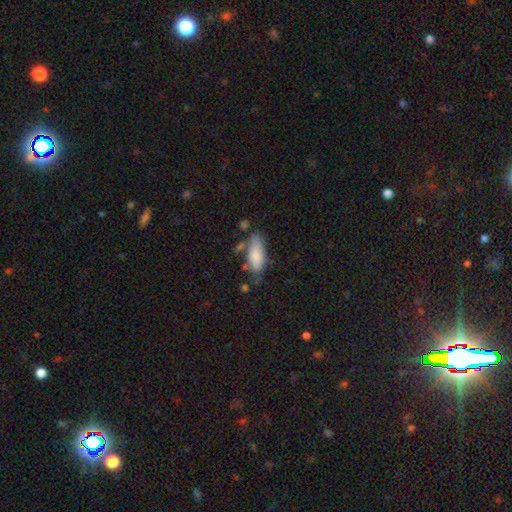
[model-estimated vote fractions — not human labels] smooth-or-featured: smooth: 83% | featured or disk: 11% | star or artifact: 6%
  how-rounded: in between: 79% | cigar-shaped: 19% | round: 2%
  merging: none: 57% | minor disturbance: 26% | merger: 9% | major disturbance: 8%